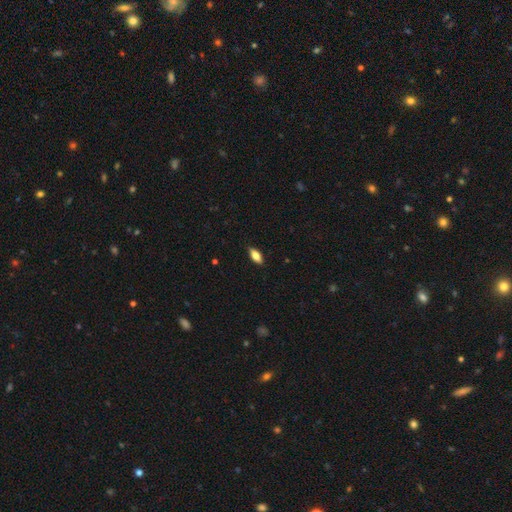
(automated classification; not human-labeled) Smooth or featured: smooth — 78% (featured or disk — 16%)
How rounded: in between — 82% (cigar-shaped — 16%)
Merging: none — 88% (minor disturbance — 9%)